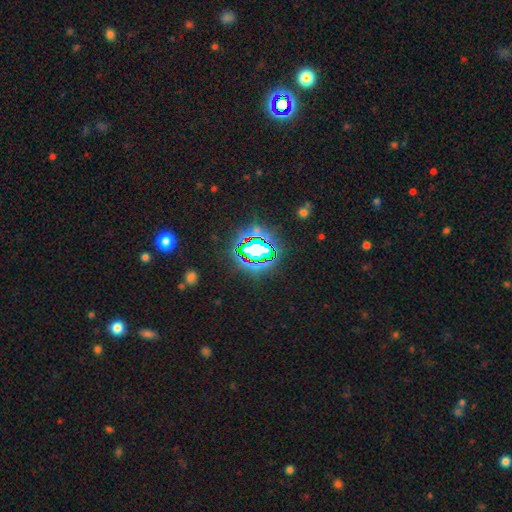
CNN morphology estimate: Overall: star or artifact (74%).